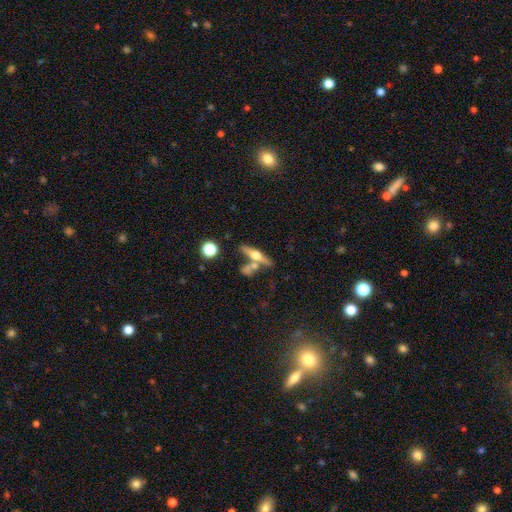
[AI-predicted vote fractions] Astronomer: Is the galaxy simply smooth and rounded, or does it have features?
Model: featured or disk — 64%.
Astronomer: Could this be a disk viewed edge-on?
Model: yes — 94%.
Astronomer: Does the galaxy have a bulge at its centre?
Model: rounded — 94%.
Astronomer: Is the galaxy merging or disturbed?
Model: none — 60%.